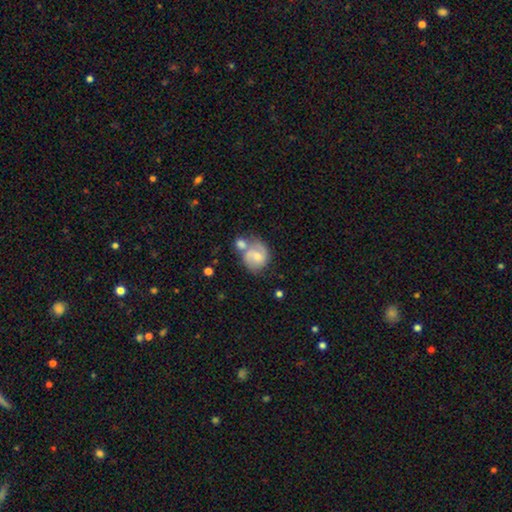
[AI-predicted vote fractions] Morphology: type=featured or disk (61%); edge-on=no (98%); bar=no (49%); spiral arms=yes (89%); winding=medium (50%); arm count=2 (82%); bulge=moderate (44%); merging=none (39%).